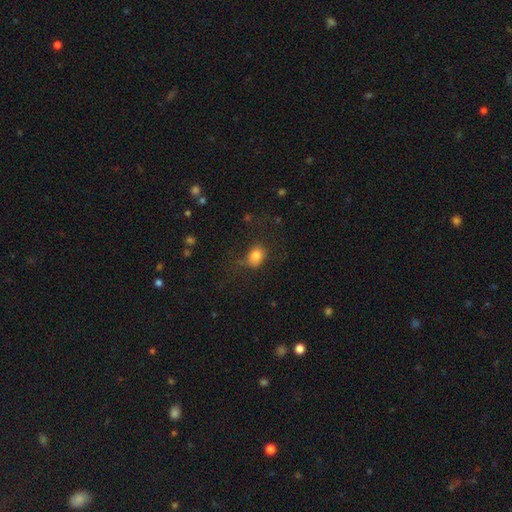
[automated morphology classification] type=smooth (81%); roundness=in between (51%); merging=none (63%).